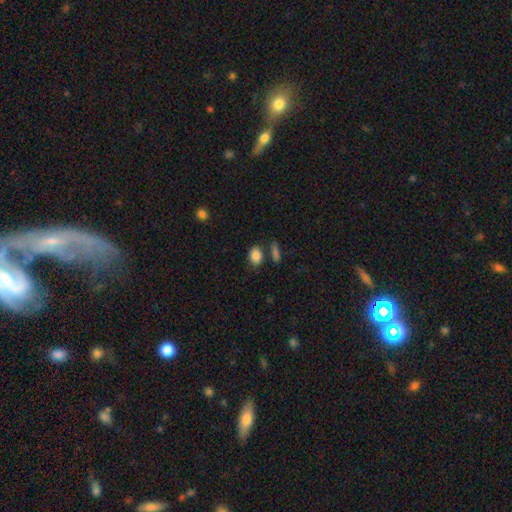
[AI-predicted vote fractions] Smooth or featured? Predicted: smooth (p=0.85). How rounded? Predicted: in between (p=0.77). Merging? Predicted: none (p=0.71).